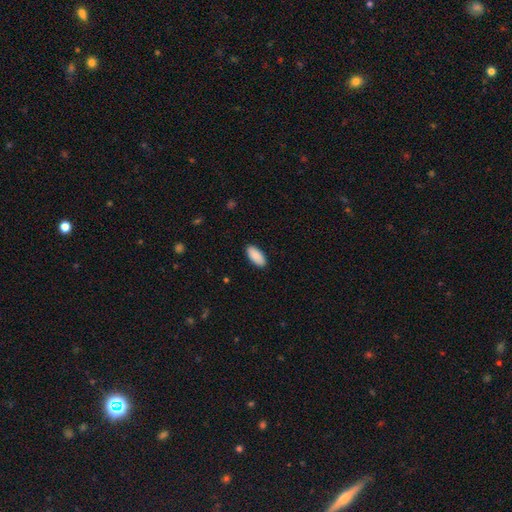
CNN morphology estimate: type=smooth (90%); roundness=in between (90%); merging=none (90%).